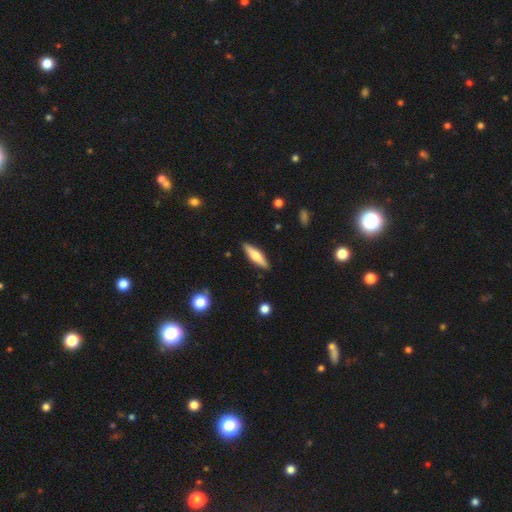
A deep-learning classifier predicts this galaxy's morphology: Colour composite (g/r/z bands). It shows a smooth galaxy with no disk features (51%) that is cigar-shaped (70%). Merging: none (89%).